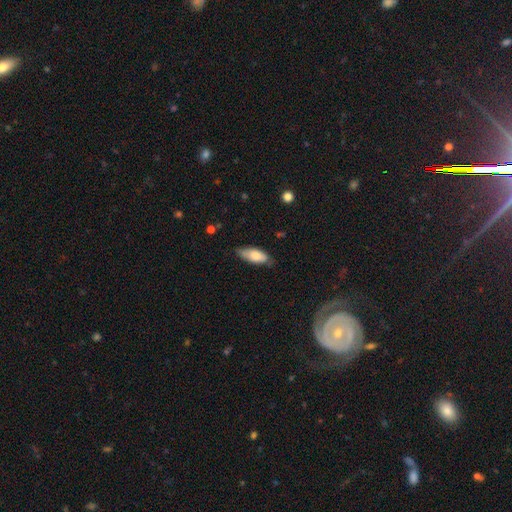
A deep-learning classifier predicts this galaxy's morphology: Smooth or featured: smooth — 74% (featured or disk — 20%)
How rounded: in between — 80% (cigar-shaped — 18%)
Merging: none — 66% (minor disturbance — 28%)